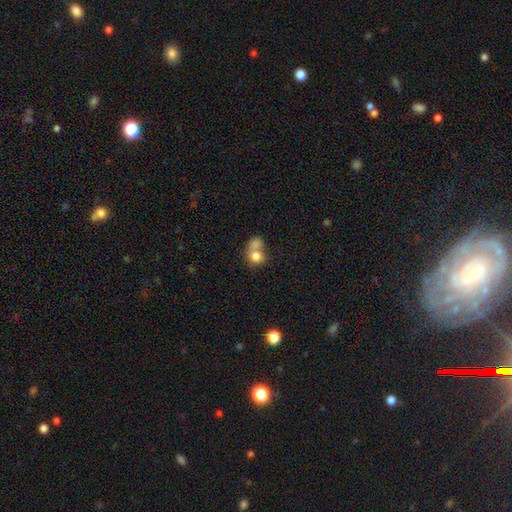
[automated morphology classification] The model was most divided on "how rounded": round: 64%, in between: 35%, cigar-shaped: 1%. More confident: smooth or featured — smooth (75%); merging — merger (61%).